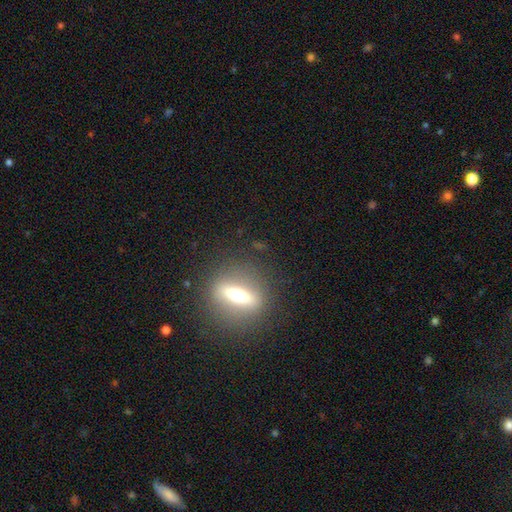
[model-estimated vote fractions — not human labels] smooth-or-featured: featured or disk: 60% | smooth: 25% | star or artifact: 14%
  disk-edge-on: yes: 73% | no: 27%
  merging: none: 87% | minor disturbance: 7% | major disturbance: 4% | merger: 1%